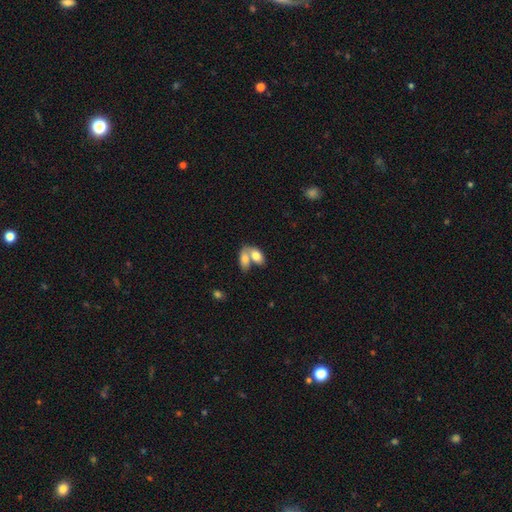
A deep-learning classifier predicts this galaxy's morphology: smooth_or_featured: smooth (p=0.76) [alt: featured or disk p=0.18]
how_rounded: in between (p=0.90) [alt: round p=0.06]
merging: merger (p=0.67) [alt: none p=0.23]